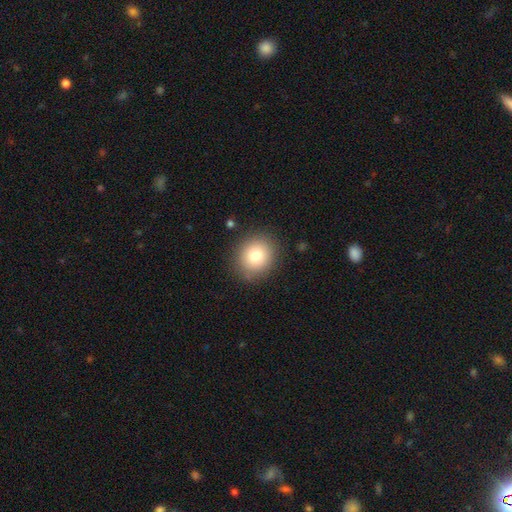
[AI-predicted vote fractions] Smooth or featured? smooth (78%)
How rounded? round (80%)
Merging? none (87%)